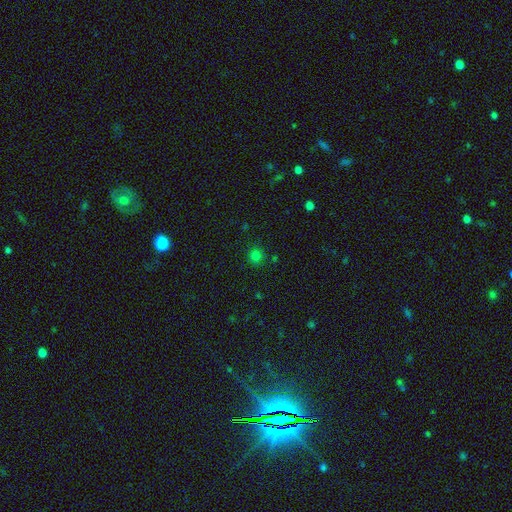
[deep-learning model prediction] smooth-or-featured: smooth: 76% | star or artifact: 19% | featured or disk: 5%
  how-rounded: round: 86% | in between: 13% | cigar-shaped: 1%
  merging: none: 84% | minor disturbance: 10% | major disturbance: 3% | merger: 2%